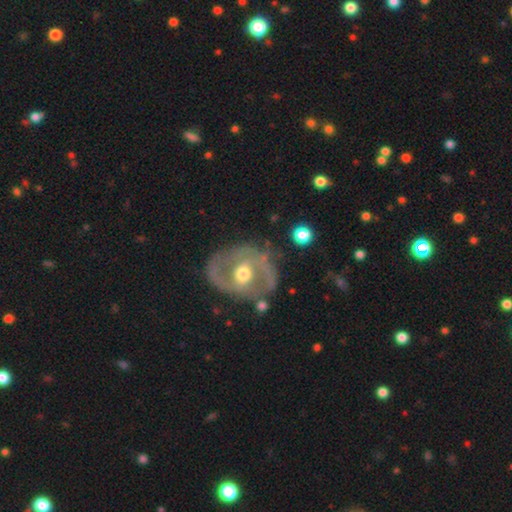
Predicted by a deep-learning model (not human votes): smooth-or-featured: featured or disk: 84% | smooth: 10% | star or artifact: 7%
  disk-edge-on: no: 97% | yes: 3%
    bar: no: 44% | weak: 37% | strong: 19%
    has-spiral-arms: yes: 87% | no: 13%
      spiral-winding: medium: 46% | tight: 40% | loose: 14%
      spiral-arm-count: 2: 80% | can't tell: 8% | 1: 6% | 3: 3% | 4: 1% | more than 4: 1%
    bulge-size: moderate: 71% | small: 20% | large: 6% | none: 1% | dominant: 1%
  merging: none: 75% | minor disturbance: 15% | major disturbance: 7% | merger: 3%